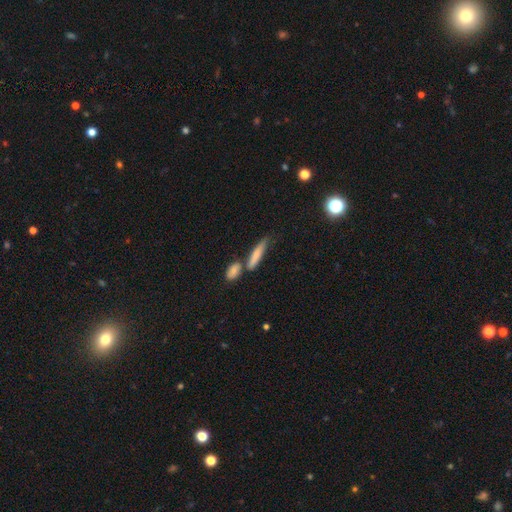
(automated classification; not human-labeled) This appears to be a smooth galaxy with no disk features (73%) that is cigar-shaped (80%). Merging: none (54%).